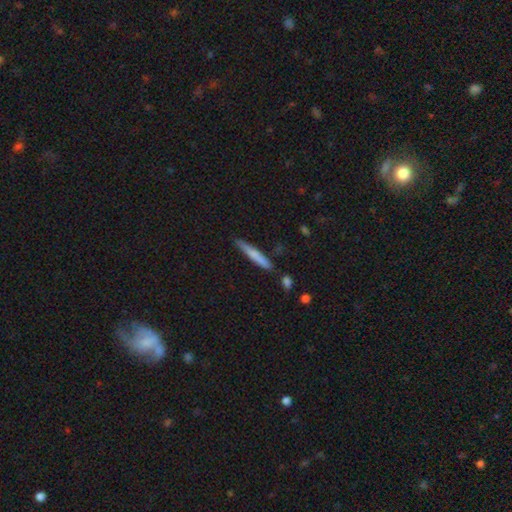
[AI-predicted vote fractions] Smooth or featured? smooth (69%)
How rounded? cigar-shaped (95%)
Merging? none (82%)